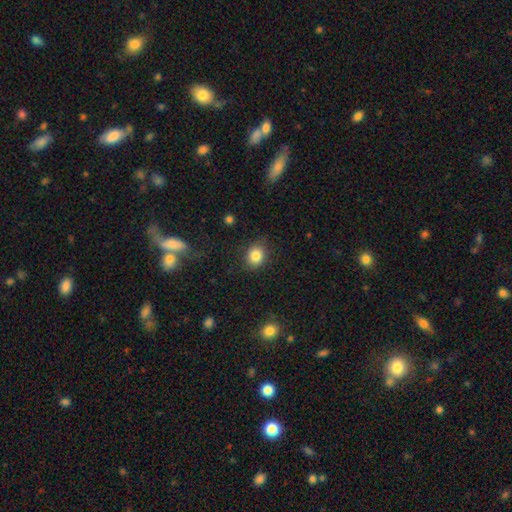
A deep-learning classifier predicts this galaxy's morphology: Q: Smooth or featured?
A: smooth (83%); runner-up: star or artifact (10%)
Q: How rounded?
A: round (64%); runner-up: in between (35%)
Q: Merging?
A: none (82%); runner-up: minor disturbance (13%)